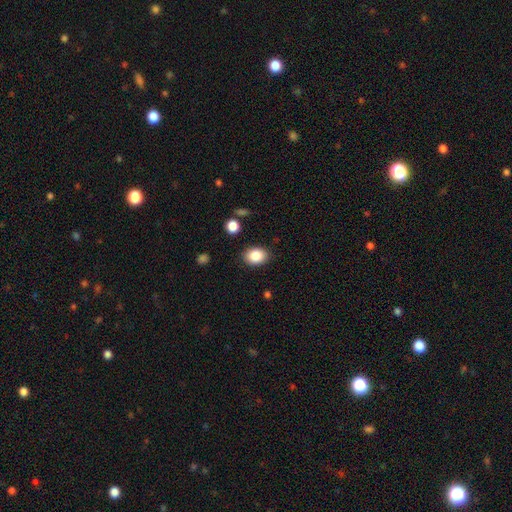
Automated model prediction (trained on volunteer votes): Morphology: type=smooth (86%); roundness=in between (68%); merging=none (86%).